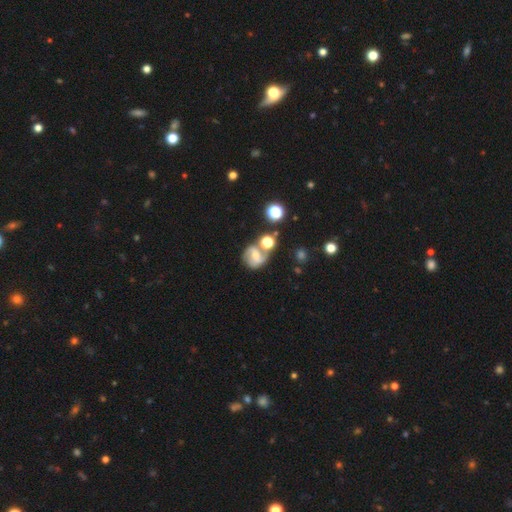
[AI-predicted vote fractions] Overall: featured or disk (63%; smooth 26%). Edge-on disk: no (97%). Bar: weak (44%; no 30%). Spiral arms: yes (86%). Spiral arm count: 2 (84%). Spiral winding: medium (50%; loose 28%). Bulge size: moderate (49%; small 41%). Merging: none (51%; merger 29%).